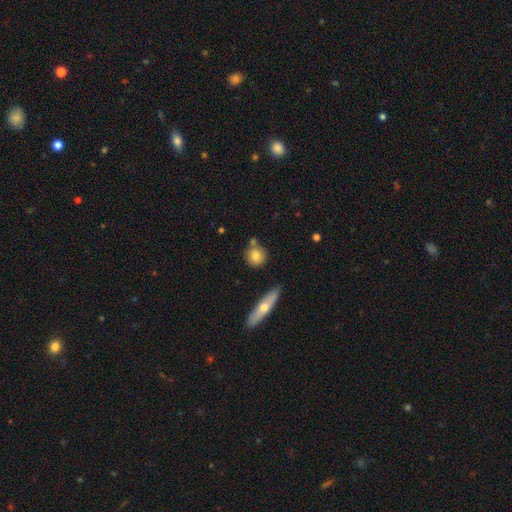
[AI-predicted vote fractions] Smooth or featured: smooth — 77% (featured or disk — 15%)
How rounded: round — 87% (in between — 10%)
Merging: none — 72% (merger — 14%)